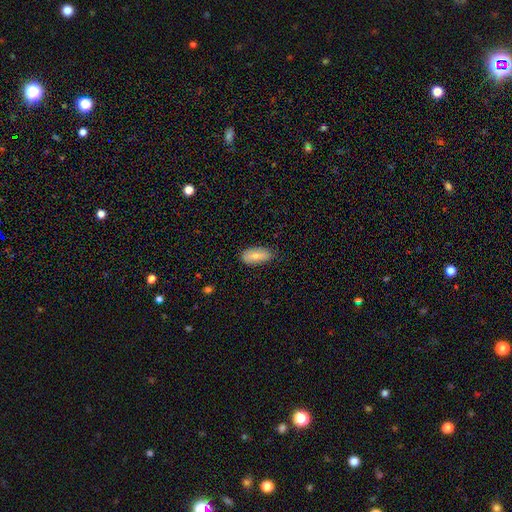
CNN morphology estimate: Q: Smooth or featured?
A: smooth (79%); runner-up: featured or disk (15%)
Q: How rounded?
A: in between (91%); runner-up: cigar-shaped (6%)
Q: Merging?
A: none (71%); runner-up: minor disturbance (24%)